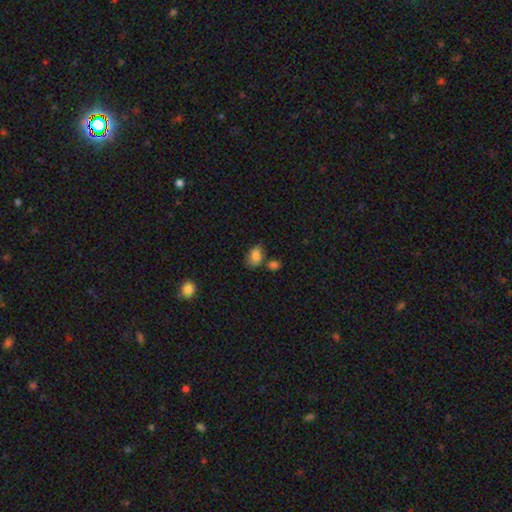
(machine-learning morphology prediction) smooth_or_featured: smooth (p=0.81) [alt: featured or disk p=0.10]
how_rounded: in between (p=0.84) [alt: round p=0.14]
merging: none (p=0.58) [alt: minor disturbance p=0.22]